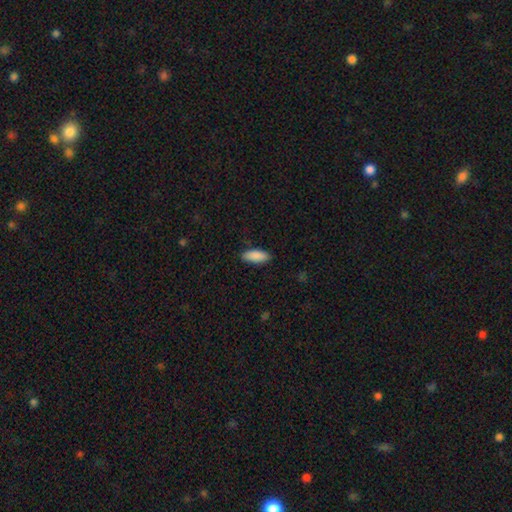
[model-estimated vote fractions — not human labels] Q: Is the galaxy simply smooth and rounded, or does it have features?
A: smooth — 90%.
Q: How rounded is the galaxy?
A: in between — 74%.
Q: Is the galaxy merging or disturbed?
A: none — 88%.